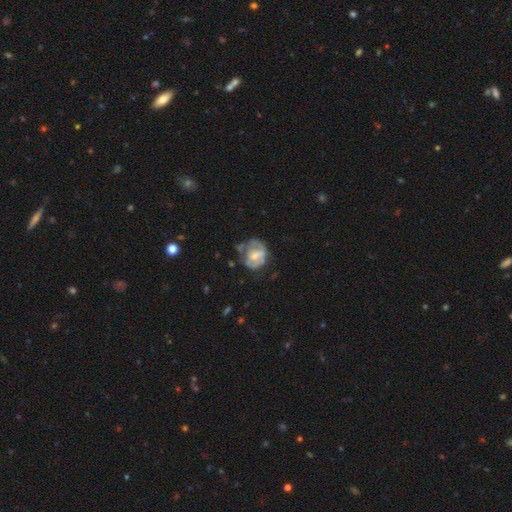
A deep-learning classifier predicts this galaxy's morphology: Smooth or featured? featured or disk (52%)
Edge-on disk? no (97%)
Bar? no (54%)
Spiral arms? no (56%)
Bulge size? moderate (49%)
Merging? none (42%)